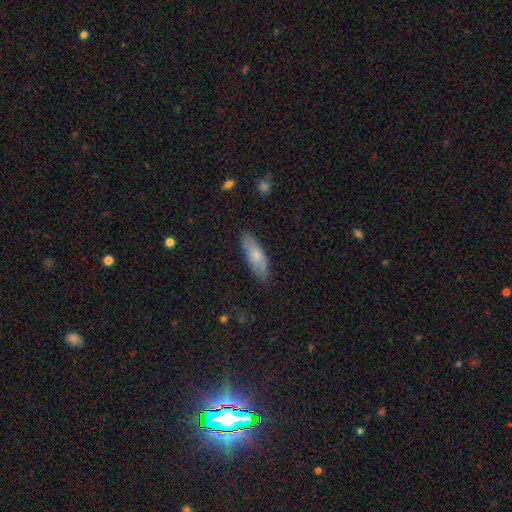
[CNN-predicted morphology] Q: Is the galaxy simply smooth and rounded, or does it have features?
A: smooth — 71%.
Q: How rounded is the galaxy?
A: in between — 58%.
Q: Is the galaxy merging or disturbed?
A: none — 82%.